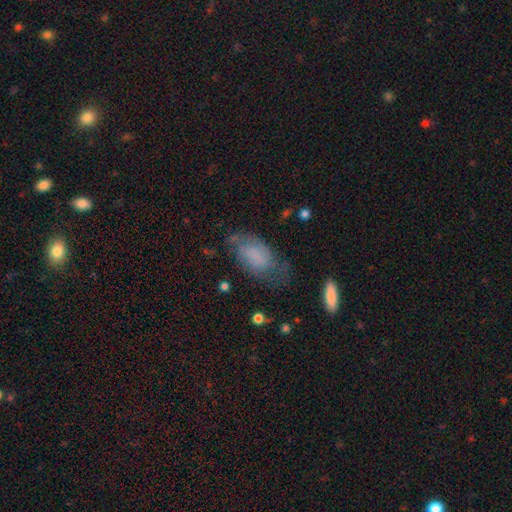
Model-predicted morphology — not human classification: smooth 54%, featured or disk 36%, star or artifact 9%. Down the decision tree: how rounded — in between (90%); merging — none (48%).